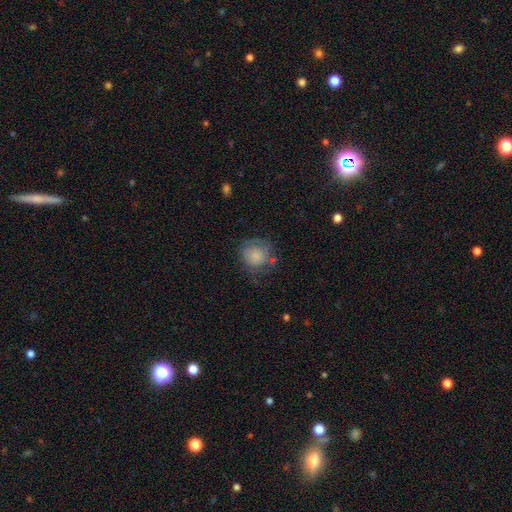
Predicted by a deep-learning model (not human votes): Smooth or featured?
  - smooth: 70% *
  - featured or disk: 22%
  - star or artifact: 8%
How rounded?
  - round: 85% *
  - in between: 15%
  - cigar-shaped: 1%
Merging?
  - none: 56% *
  - minor disturbance: 26%
  - major disturbance: 15%
  - merger: 3%